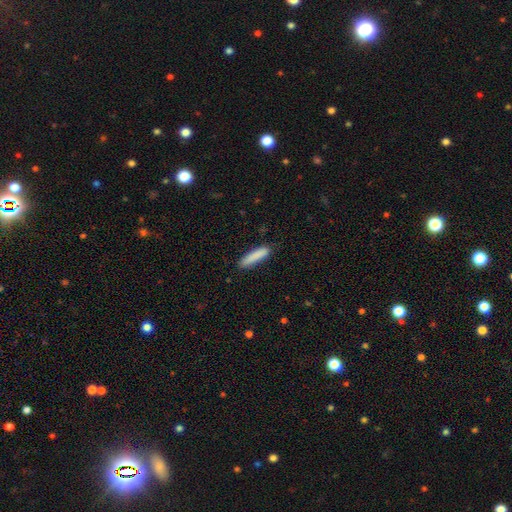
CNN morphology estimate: Smooth or featured? smooth (87%)
How rounded? cigar-shaped (82%)
Merging? none (83%)